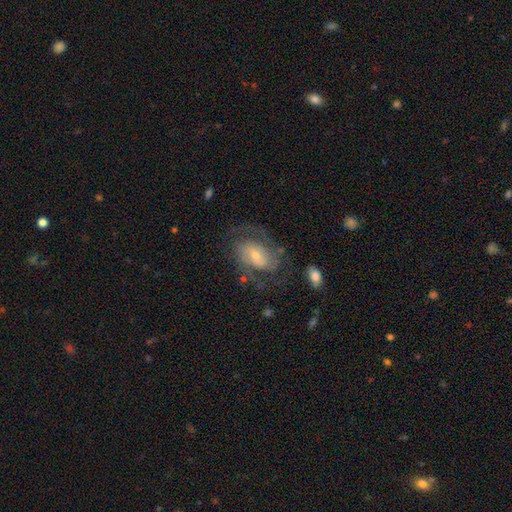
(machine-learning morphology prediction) A featured or disk galaxy (72%) with no bar (43%), 2 (69%) medium (47%) spiral arms (86%) and a small central bulge (53%). Merging: none (60%).